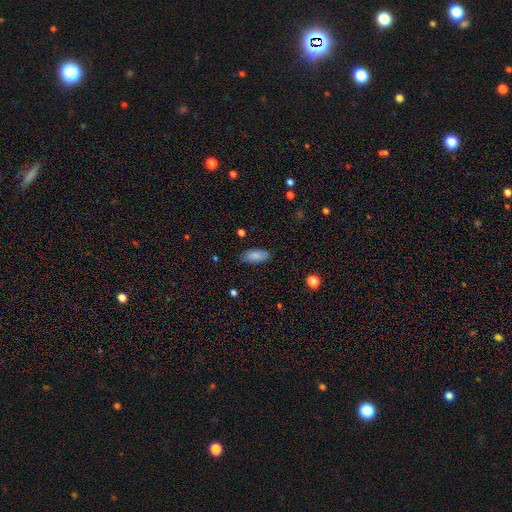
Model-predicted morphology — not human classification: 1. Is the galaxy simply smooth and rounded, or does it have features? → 87% smooth, 7% featured or disk, 7% star or artifact.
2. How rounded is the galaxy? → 85% in between, 13% cigar-shaped, 2% round.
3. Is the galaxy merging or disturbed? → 85% none, 12% minor disturbance, 2% major disturbance, 1% merger.